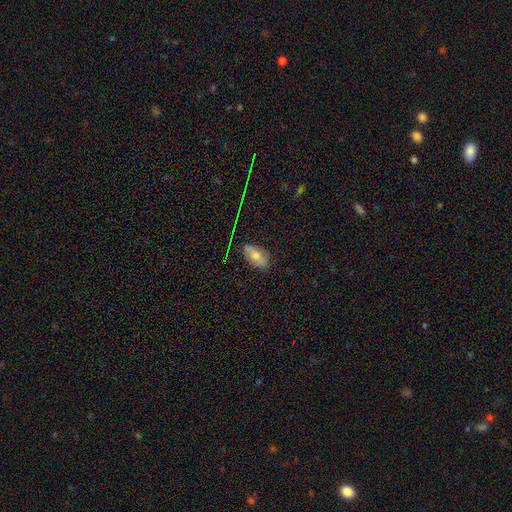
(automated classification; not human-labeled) Q: Smooth or featured?
A: smooth (53%); runner-up: featured or disk (33%)
Q: How rounded?
A: in between (90%); runner-up: round (8%)
Q: Merging?
A: none (75%); runner-up: minor disturbance (18%)